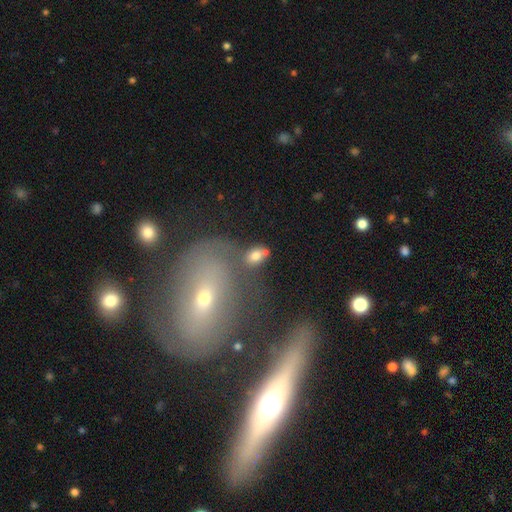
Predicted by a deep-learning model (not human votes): smooth_or_featured: smooth (p=0.75) [alt: featured or disk p=0.14]
how_rounded: in between (p=0.85) [alt: round p=0.12]
merging: none (p=0.47) [alt: merger p=0.24]